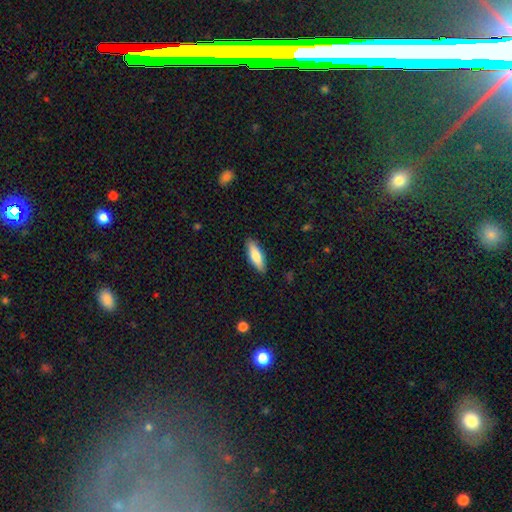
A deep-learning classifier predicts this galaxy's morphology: The model was most divided on "how rounded": in between: 56%, cigar-shaped: 42%, round: 2%. More confident: merging — none (88%); smooth or featured — smooth (77%).